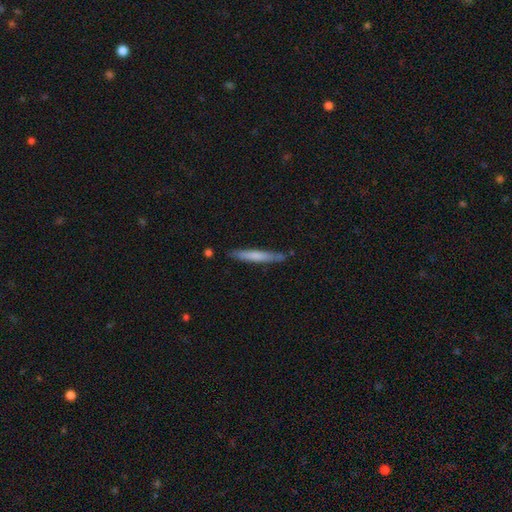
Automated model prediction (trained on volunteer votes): Smooth or featured? Predicted: smooth (p=0.63). How rounded? Predicted: cigar-shaped (p=0.95). Merging? Predicted: none (p=0.83).